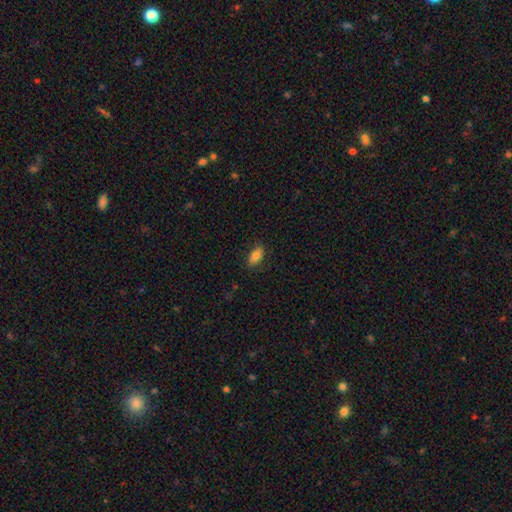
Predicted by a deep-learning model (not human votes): smooth_or_featured: smooth (p=0.80) [alt: featured or disk p=0.12]
how_rounded: in between (p=0.90) [alt: cigar-shaped p=0.05]
merging: none (p=0.82) [alt: minor disturbance p=0.14]